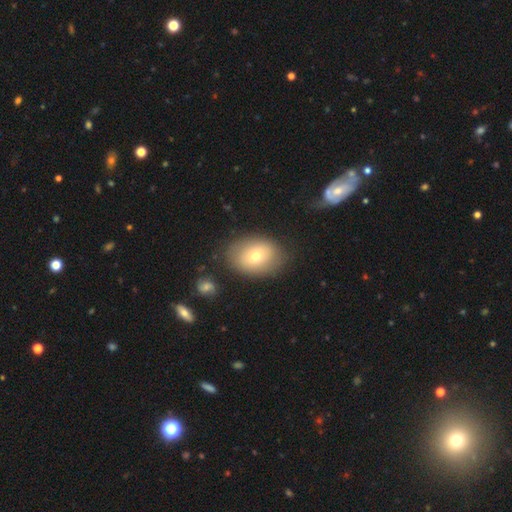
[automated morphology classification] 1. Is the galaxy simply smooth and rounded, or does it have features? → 69% smooth, 22% featured or disk, 10% star or artifact.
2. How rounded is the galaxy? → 71% in between, 28% round, 1% cigar-shaped.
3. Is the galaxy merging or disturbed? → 80% none, 13% minor disturbance, 4% major disturbance, 2% merger.